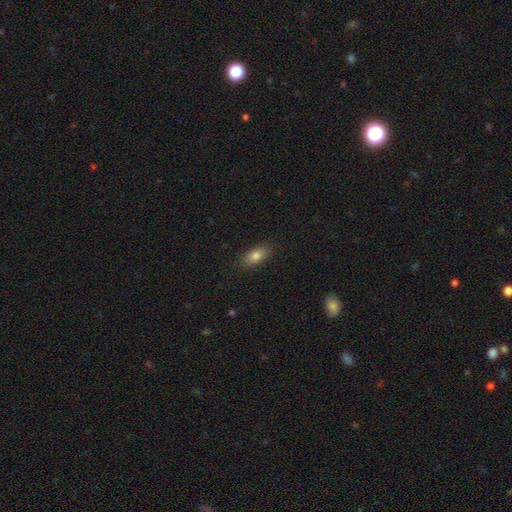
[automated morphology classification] smooth 79%, featured or disk 12%, star or artifact 9%. Down the decision tree: how rounded — in between (83%); merging — none (86%).